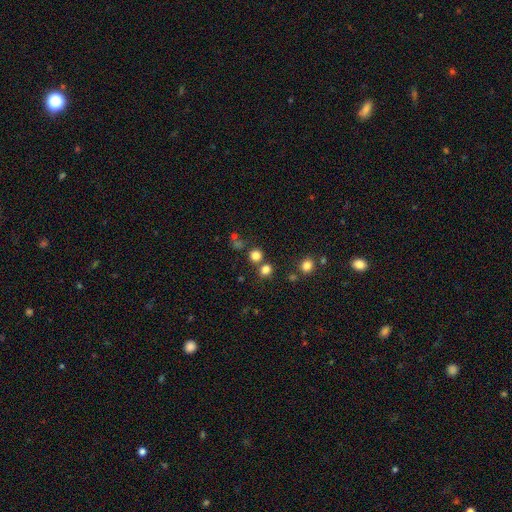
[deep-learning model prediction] Smooth or featured: smooth — 77% (star or artifact — 18%)
How rounded: round — 89% (in between — 10%)
Merging: none — 74% (merger — 15%)